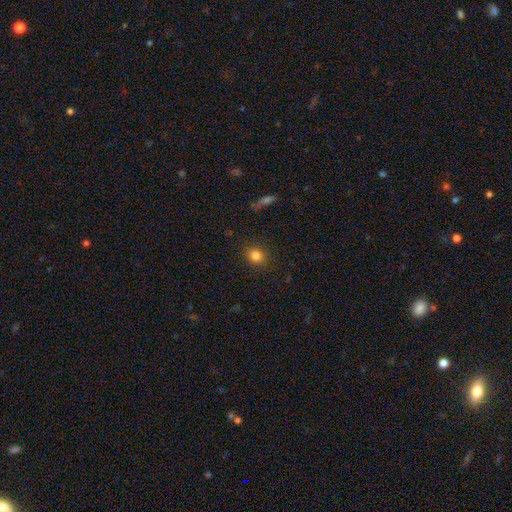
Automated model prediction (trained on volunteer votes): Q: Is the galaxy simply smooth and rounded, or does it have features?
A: smooth — 83%.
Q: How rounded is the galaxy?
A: round — 83%.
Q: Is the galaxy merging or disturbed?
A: none — 89%.